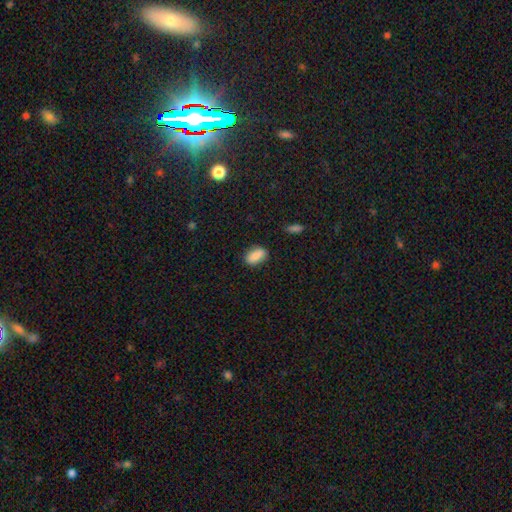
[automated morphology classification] Overall: smooth (86%). How rounded: in between (88%). Merging: none (84%).